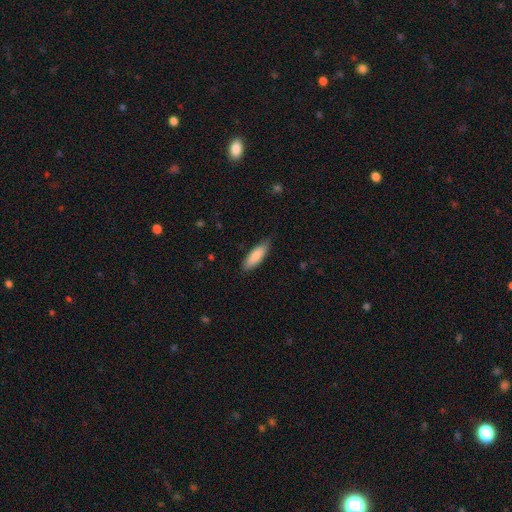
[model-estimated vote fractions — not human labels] Smooth or featured? smooth (86%)
How rounded? in between (54%)
Merging? none (81%)